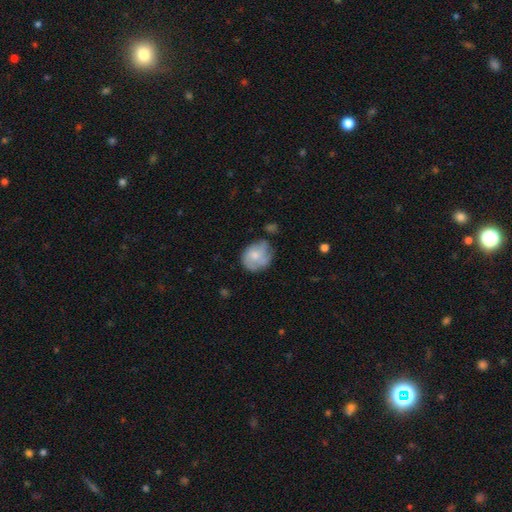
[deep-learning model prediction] smooth_or_featured: smooth (p=0.64) [alt: featured or disk p=0.29]
how_rounded: round (p=0.64) [alt: in between p=0.35]
merging: none (p=0.52) [alt: minor disturbance p=0.32]